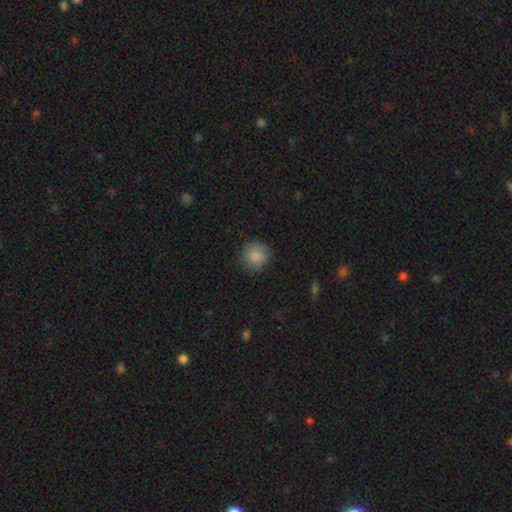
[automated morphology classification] type=smooth (86%); roundness=round (92%); merging=none (82%).